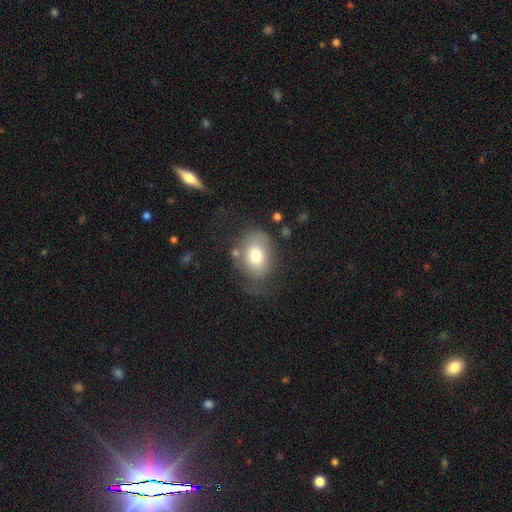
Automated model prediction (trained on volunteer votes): smooth 71%, featured or disk 21%, star or artifact 8%. Down the decision tree: how rounded — in between (65%); merging — none (49%).